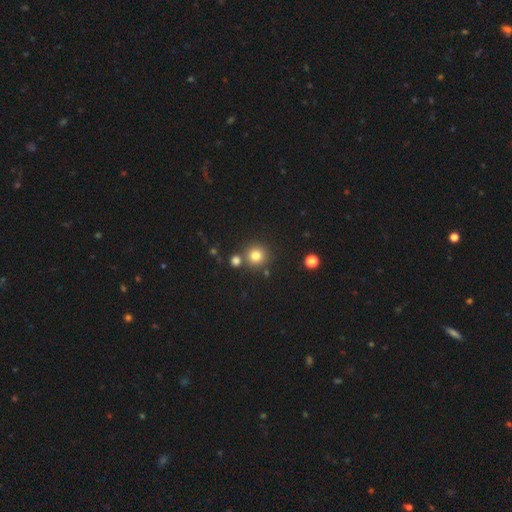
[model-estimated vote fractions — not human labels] Q: Smooth or featured?
A: smooth (80%); runner-up: star or artifact (14%)
Q: How rounded?
A: round (94%); runner-up: in between (5%)
Q: Merging?
A: none (78%); runner-up: merger (12%)